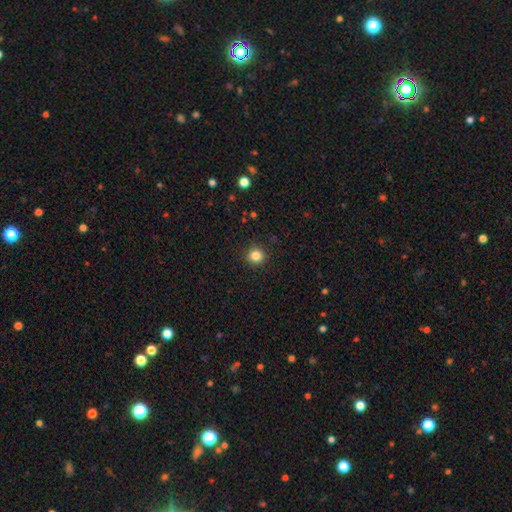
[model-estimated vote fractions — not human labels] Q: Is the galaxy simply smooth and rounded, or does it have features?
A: smooth — 84%.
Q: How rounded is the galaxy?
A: round — 93%.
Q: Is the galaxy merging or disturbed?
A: none — 92%.